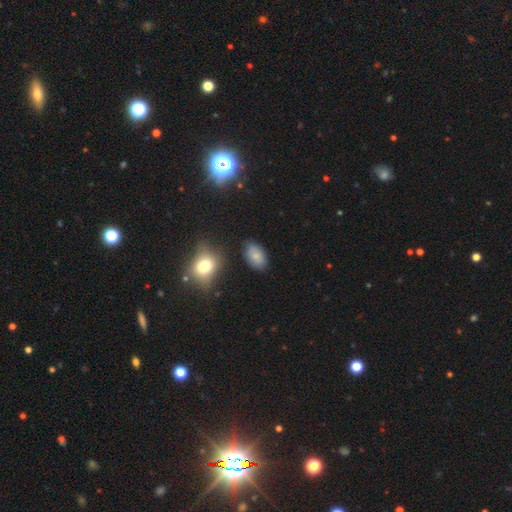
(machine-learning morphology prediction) Smooth or featured? Predicted: smooth (p=0.81). How rounded? Predicted: in between (p=0.91). Merging? Predicted: none (p=0.81).